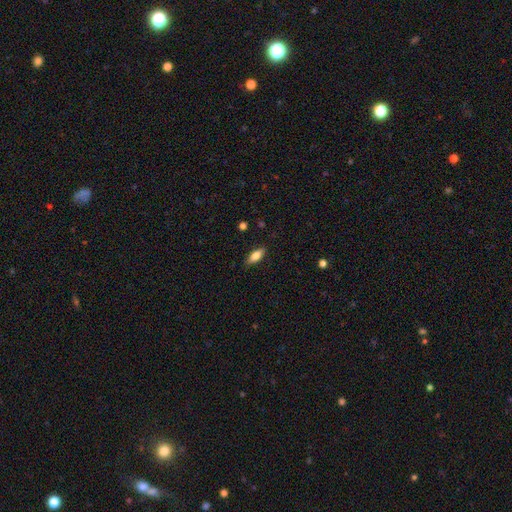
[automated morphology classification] Smooth or featured? Predicted: smooth (p=0.77). How rounded? Predicted: in between (p=0.74). Merging? Predicted: none (p=0.86).